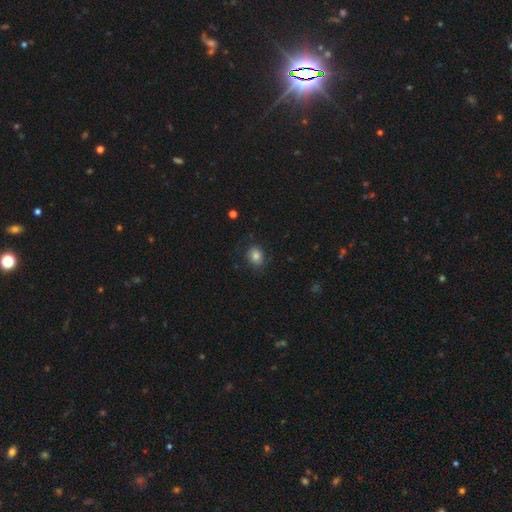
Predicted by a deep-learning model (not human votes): A smooth galaxy with no disk features (81%) that is round (62%).

Vote fractions:
- Smooth or featured? smooth: 81% / star or artifact: 10% / featured or disk: 9%
- How rounded? round: 62% / in between: 37% / cigar-shaped: 1%
- Merging? none: 80% / minor disturbance: 14% / major disturbance: 5% / merger: 1%